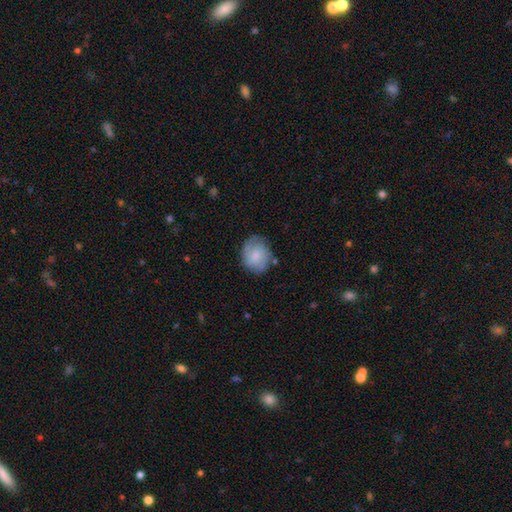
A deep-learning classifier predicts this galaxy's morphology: A smooth galaxy with no disk features (59%) that is round (60%). Merging: none (73%).